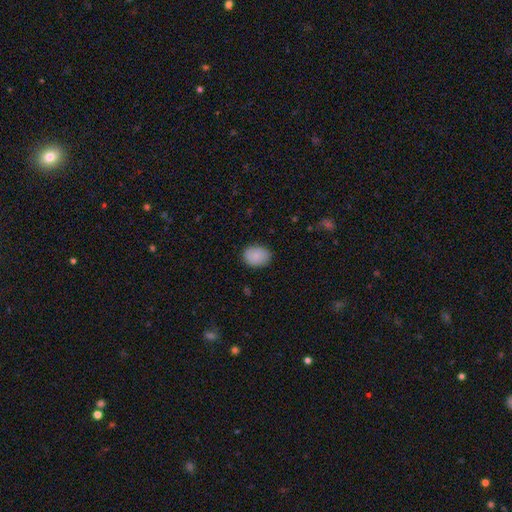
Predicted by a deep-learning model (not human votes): A smooth galaxy with no disk features (87%) that is in between round and cigar-shaped (61%).

Vote fractions:
- Smooth or featured? smooth: 87% / star or artifact: 7% / featured or disk: 6%
- How rounded? in between: 61% / round: 38% / cigar-shaped: 1%
- Merging? none: 84% / minor disturbance: 12% / major disturbance: 3% / merger: 1%